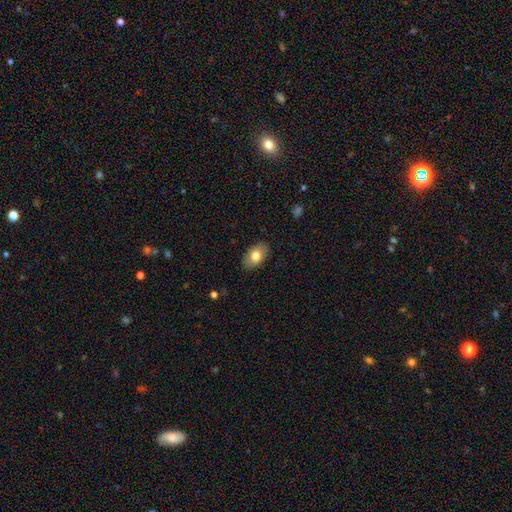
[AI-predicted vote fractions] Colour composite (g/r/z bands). It shows a smooth galaxy with no disk features (79%) that is in between round and cigar-shaped (90%). Merging: none (86%).